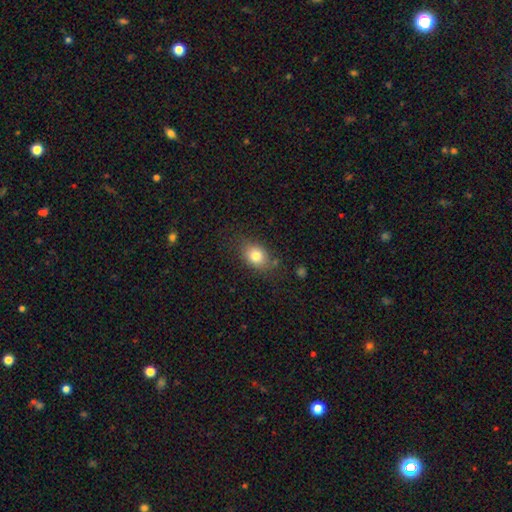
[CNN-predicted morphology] Smooth or featured: smooth — 79% (featured or disk — 11%)
How rounded: in between — 64% (round — 35%)
Merging: none — 74% (minor disturbance — 18%)